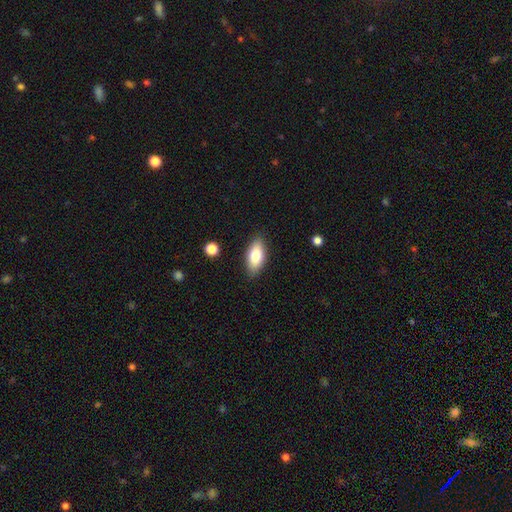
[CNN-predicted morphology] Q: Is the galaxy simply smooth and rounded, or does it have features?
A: smooth — 77%.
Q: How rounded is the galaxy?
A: in between — 87%.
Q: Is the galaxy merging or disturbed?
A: none — 87%.